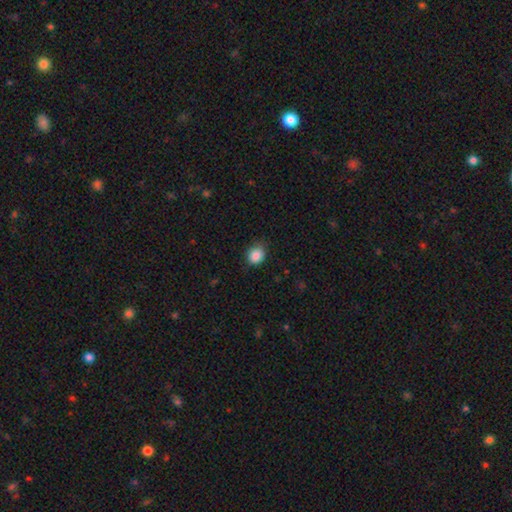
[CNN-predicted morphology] This appears to be a smooth galaxy with no disk features (87%) that is round (66%). Merging: none (80%).